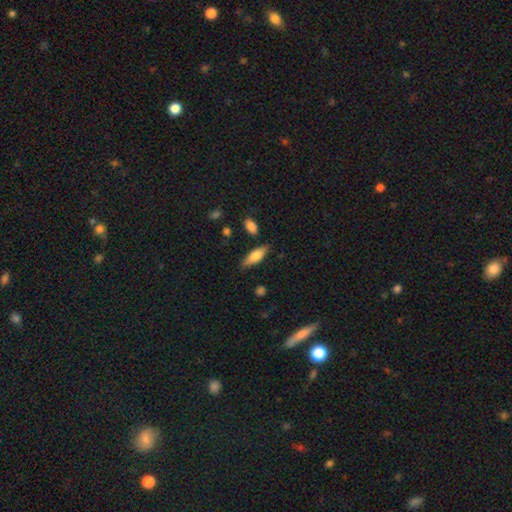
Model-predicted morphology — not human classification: smooth-or-featured: smooth: 68% | featured or disk: 26% | star or artifact: 6%
  how-rounded: in between: 55% | cigar-shaped: 43% | round: 2%
  merging: none: 80% | minor disturbance: 14% | merger: 3% | major disturbance: 3%